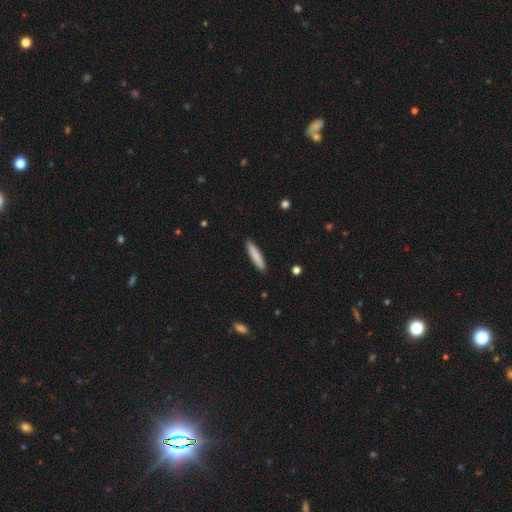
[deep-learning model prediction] Overall: smooth (84%). How rounded: cigar-shaped (86%). Merging: none (90%).